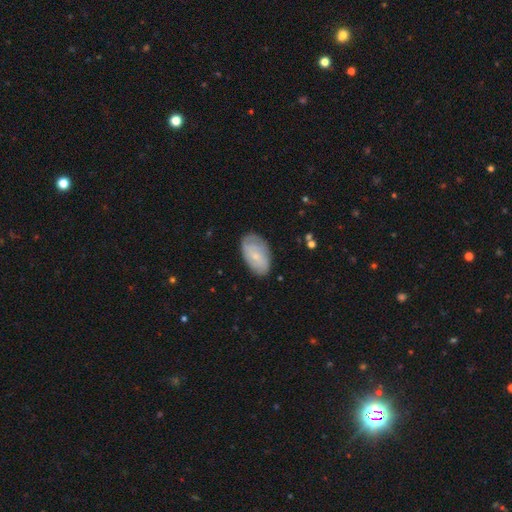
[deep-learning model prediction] A smooth galaxy with no disk features (52%) that is in between round and cigar-shaped (93%). Merging: none (76%).